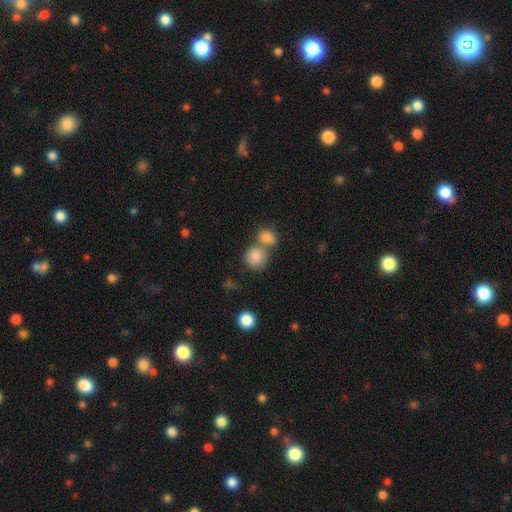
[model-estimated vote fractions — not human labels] A smooth galaxy with no disk features (84%) that is round (76%).

Vote fractions:
- Smooth or featured? smooth: 84% / star or artifact: 8% / featured or disk: 8%
- How rounded? round: 76% / in between: 23% / cigar-shaped: 1%
- Merging? merger: 47% / none: 40% / minor disturbance: 9% / major disturbance: 4%